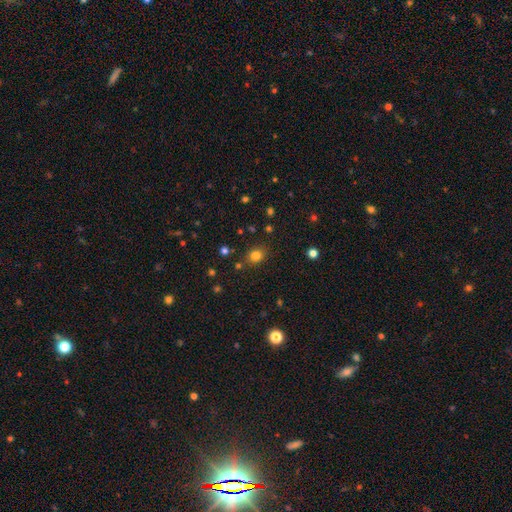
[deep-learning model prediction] Smooth or featured? smooth (79%)
How rounded? round (65%)
Merging? none (83%)